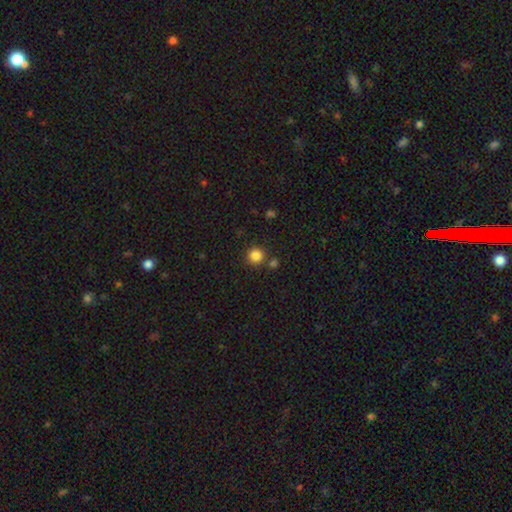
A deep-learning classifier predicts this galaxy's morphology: Smooth or featured? Predicted: smooth (p=0.85). How rounded? Predicted: round (p=0.93). Merging? Predicted: none (p=0.82).